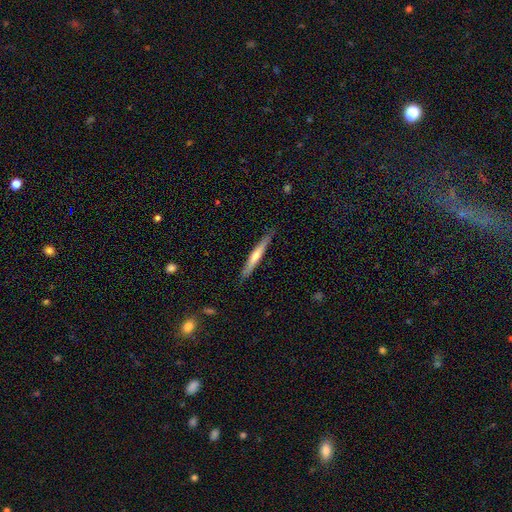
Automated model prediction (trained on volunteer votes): Overall: featured or disk (52%; smooth 42%). Edge-on disk: yes (95%). Merging: none (87%).